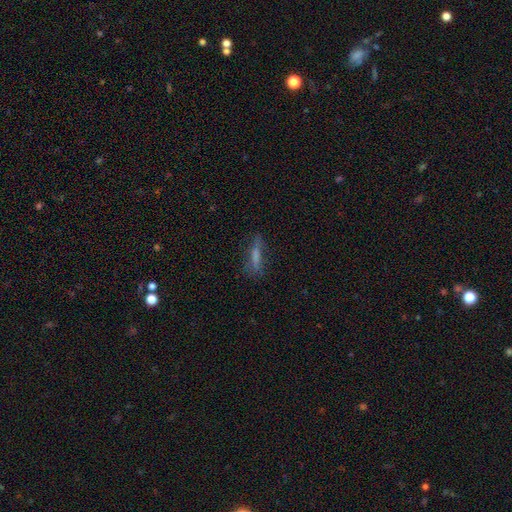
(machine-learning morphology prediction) Smooth or featured? smooth (51%)
How rounded? cigar-shaped (79%)
Merging? none (68%)